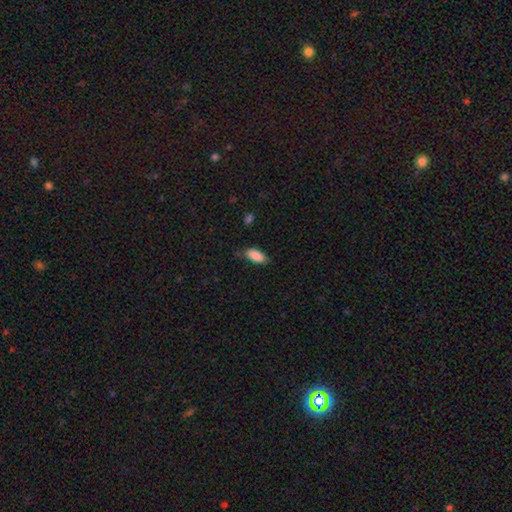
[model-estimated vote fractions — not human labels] Smooth or featured? smooth (88%)
How rounded? in between (90%)
Merging? none (69%)